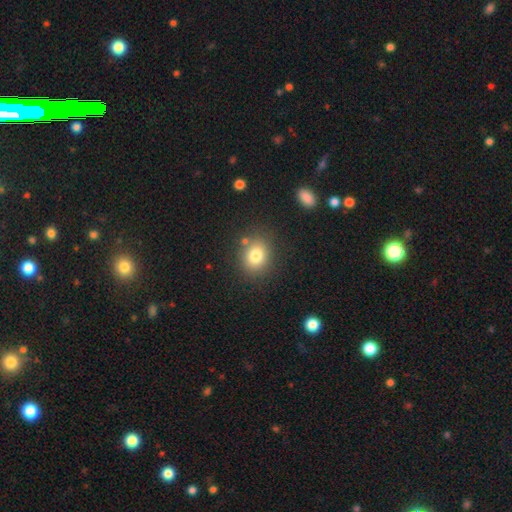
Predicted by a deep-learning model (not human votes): smooth 79%, star or artifact 12%, featured or disk 9%. Down the decision tree: how rounded — round (65%); merging — none (81%).